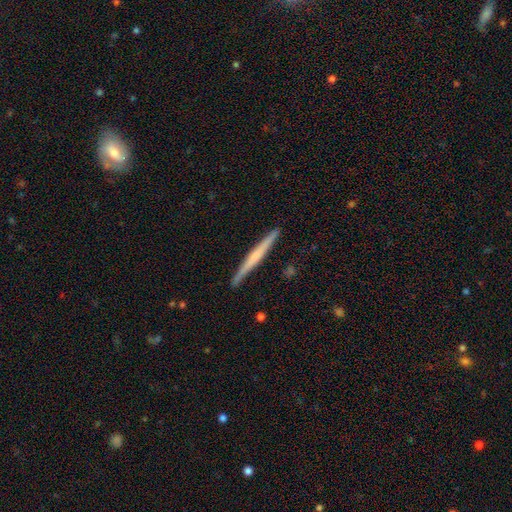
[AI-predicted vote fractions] Smooth or featured? featured or disk (54%)
Edge-on disk? yes (98%)
Edge-on bulge? none (60%)
Merging? none (91%)